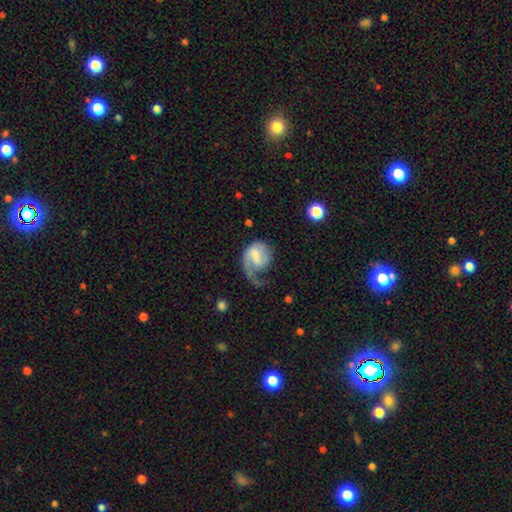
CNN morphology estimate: This appears to be a featured or disk galaxy (72%) with a weak bar (54%), 1 (62%) medium (39%) spiral arms (91%) and a small central bulge (35%). Merging: major disturbance (43%).